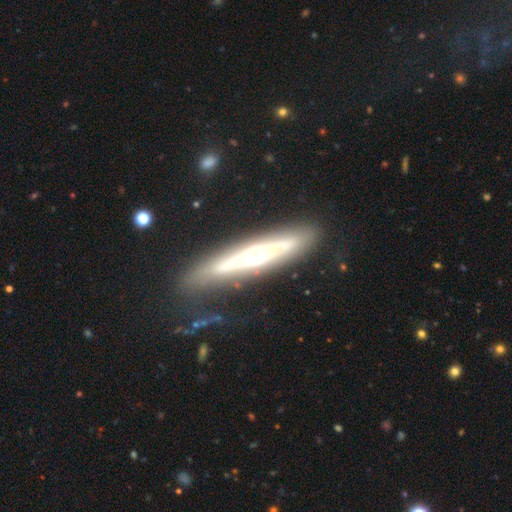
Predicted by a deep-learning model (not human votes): smooth_or_featured: featured or disk (p=0.72) [alt: smooth p=0.22]
disk_edge_on: yes (p=0.80) [alt: no p=0.20]
edge_on_bulge: rounded (p=0.80) [alt: none p=0.10]
merging: none (p=0.74) [alt: minor disturbance p=0.16]